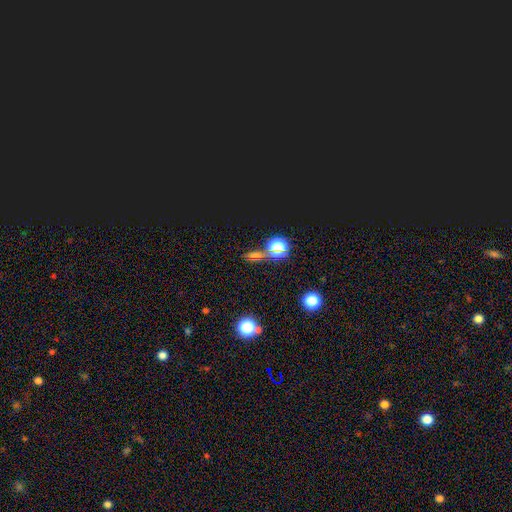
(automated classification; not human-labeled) Morphology: type=star or artifact (48%).